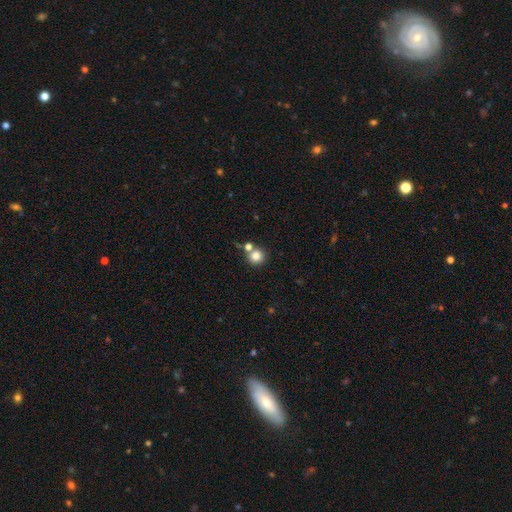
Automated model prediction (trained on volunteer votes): Morphology: type=smooth (81%); roundness=round (91%); merging=none (61%).